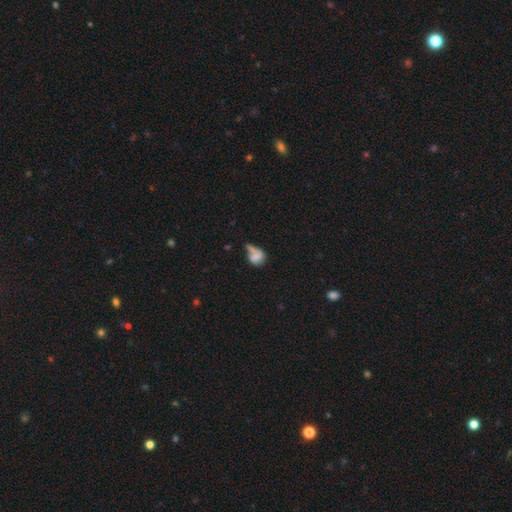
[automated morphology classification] type=smooth (62%); roundness=in between (58%); merging=merger (30%).